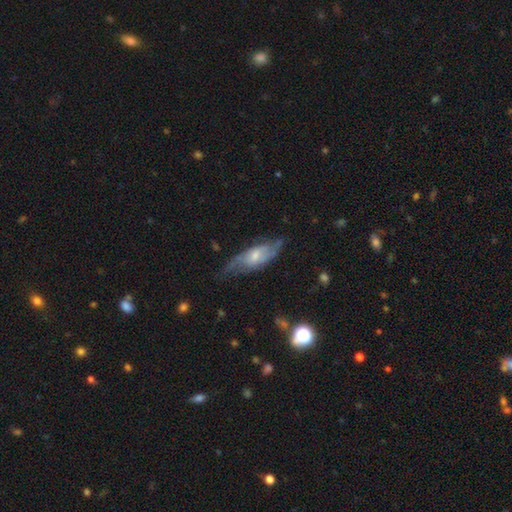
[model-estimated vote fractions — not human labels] Smooth or featured?
  - featured or disk: 65% *
  - smooth: 28%
  - star or artifact: 7%
Edge-on disk?
  - no: 80% *
  - yes: 20%
Bar?
  - no: 59% *
  - weak: 35%
  - strong: 6%
Spiral arms?
  - yes: 80% *
  - no: 20%
Bulge size?
  - moderate: 48% *
  - small: 41%
  - large: 5%
  - none: 5%
  - dominant: 1%
Merging?
  - none: 58% *
  - minor disturbance: 27%
  - major disturbance: 13%
  - merger: 2%